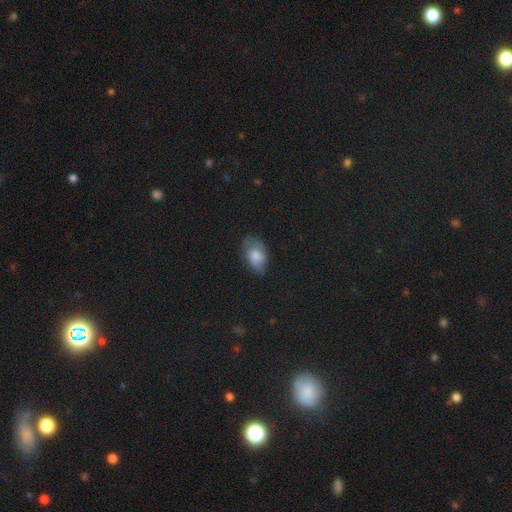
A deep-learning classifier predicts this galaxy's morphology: Q: Smooth or featured?
A: smooth (62%); runner-up: featured or disk (28%)
Q: How rounded?
A: in between (88%); runner-up: round (10%)
Q: Merging?
A: none (59%); runner-up: minor disturbance (28%)